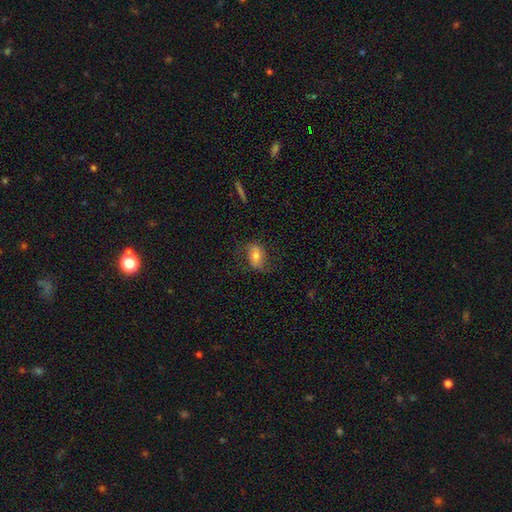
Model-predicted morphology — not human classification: smooth 56%, featured or disk 34%, star or artifact 10%. Down the decision tree: how rounded — in between (79%); merging — none (69%).